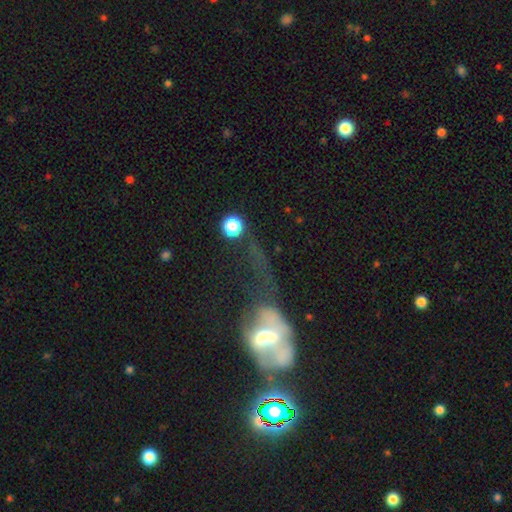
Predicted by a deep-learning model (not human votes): A featured or disk galaxy (53%). Merging: major disturbance (38%).